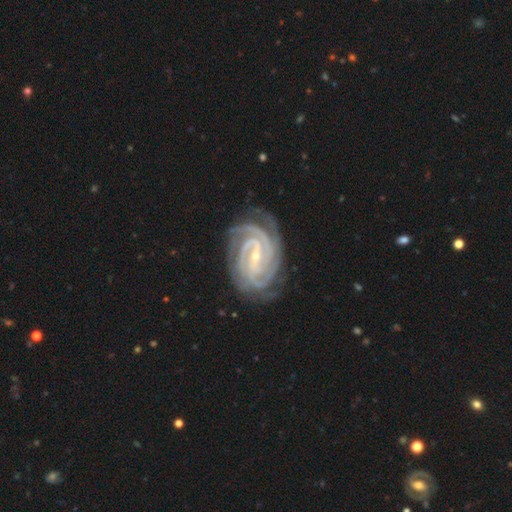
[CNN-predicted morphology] type=featured or disk (93%); edge-on=no (98%); bar=strong (42%); spiral arms=yes (99%); winding=tight (81%); arm count=4 (30%); bulge=small (74%); merging=none (80%).